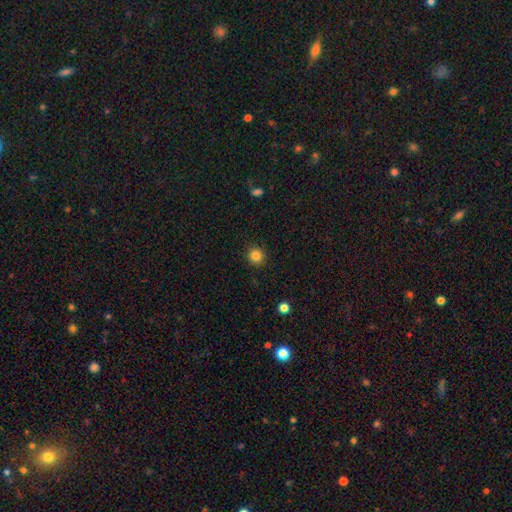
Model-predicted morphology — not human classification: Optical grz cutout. It shows a smooth galaxy with no disk features (84%) that is round (93%). Merging: none (92%).